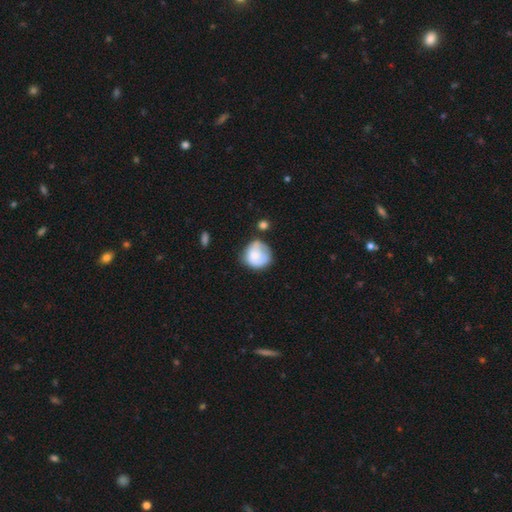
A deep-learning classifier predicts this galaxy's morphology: This appears to be a smooth galaxy with no disk features (73%) that is round (81%). Merging: none (48%).